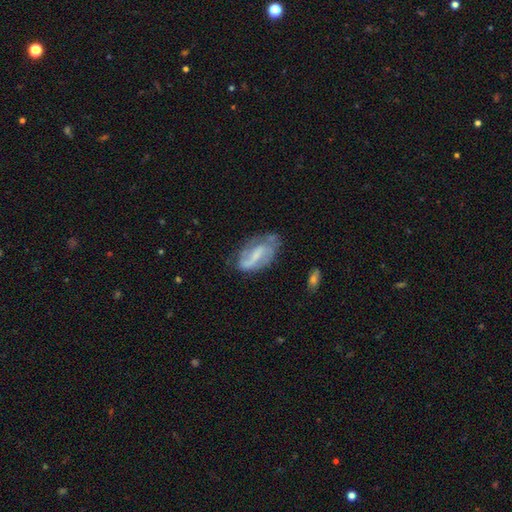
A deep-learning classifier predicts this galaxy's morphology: This appears to be a featured or disk galaxy (67%) with a weak bar (47%), 2 (61%) medium (39%) spiral arms (80%) and a small central bulge (39%). Merging: none (54%).